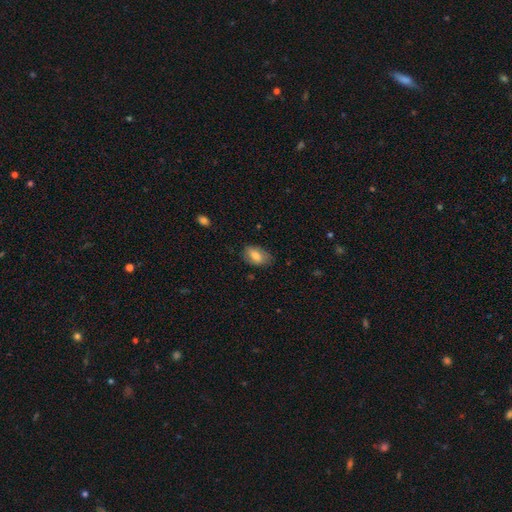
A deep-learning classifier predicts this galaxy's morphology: A smooth galaxy with no disk features (77%) that is in between round and cigar-shaped (90%).

Vote fractions:
- Smooth or featured? smooth: 77% / featured or disk: 16% / star or artifact: 7%
- How rounded? in between: 90% / round: 8% / cigar-shaped: 2%
- Merging? none: 73% / minor disturbance: 22% / major disturbance: 5% / merger: 1%